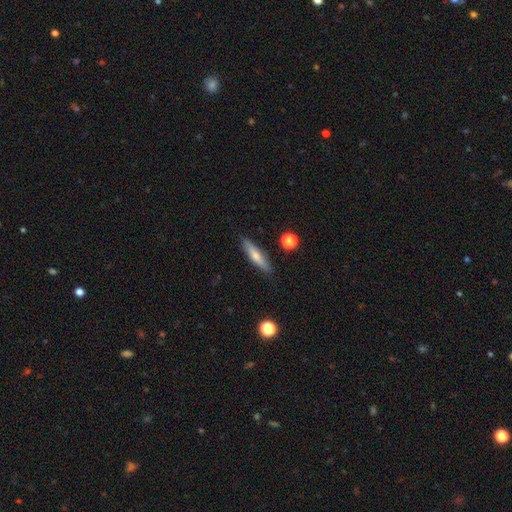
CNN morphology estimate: smooth-or-featured: smooth: 64% | featured or disk: 29% | star or artifact: 7%
  how-rounded: cigar-shaped: 79% | in between: 19% | round: 2%
  merging: none: 86% | minor disturbance: 10% | major disturbance: 2% | merger: 2%